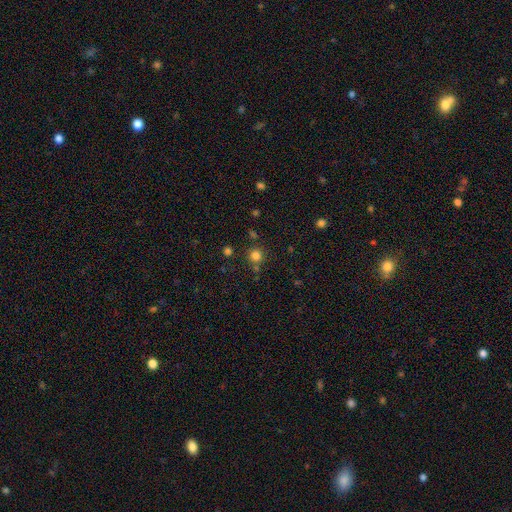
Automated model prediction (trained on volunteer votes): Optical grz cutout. It shows a smooth galaxy with no disk features (79%) that is round (93%). Merging: none (79%).